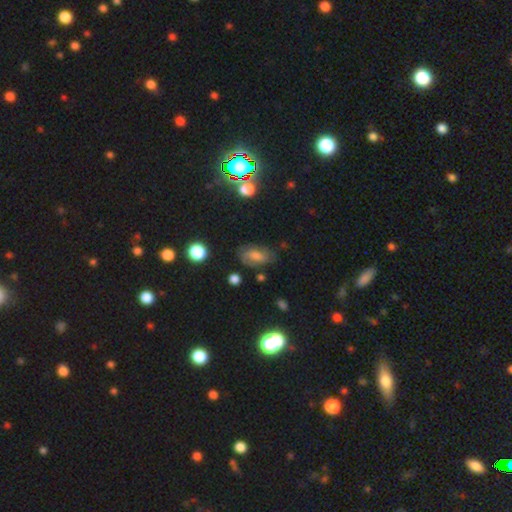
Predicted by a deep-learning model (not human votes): smooth_or_featured: smooth (p=0.52) [alt: featured or disk p=0.34]
how_rounded: in between (p=0.86) [alt: round p=0.08]
merging: none (p=0.68) [alt: minor disturbance p=0.21]